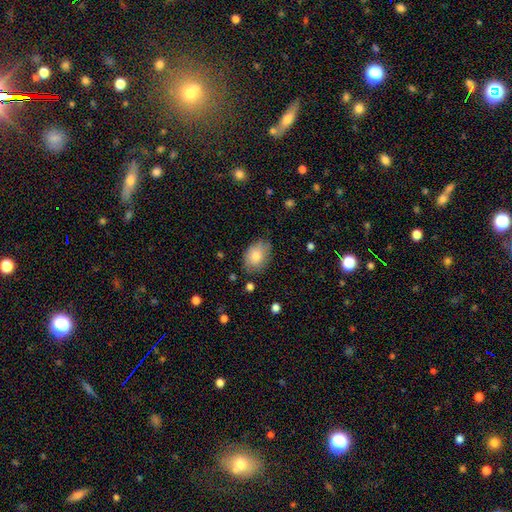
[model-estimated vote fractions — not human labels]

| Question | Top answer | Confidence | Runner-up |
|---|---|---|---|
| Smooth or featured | smooth | 81% | featured or disk (12%) |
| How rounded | in between | 79% | round (20%) |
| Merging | none | 73% | minor disturbance (21%) |